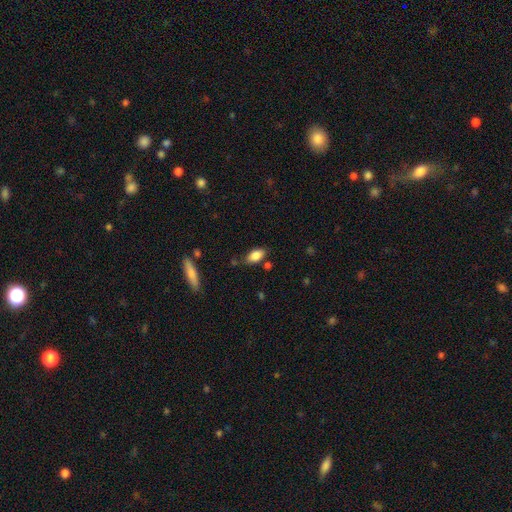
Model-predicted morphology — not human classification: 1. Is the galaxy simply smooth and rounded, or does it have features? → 85% smooth, 8% featured or disk, 8% star or artifact.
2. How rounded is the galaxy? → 90% in between, 6% cigar-shaped, 4% round.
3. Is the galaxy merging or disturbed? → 74% none, 17% minor disturbance, 5% merger, 4% major disturbance.